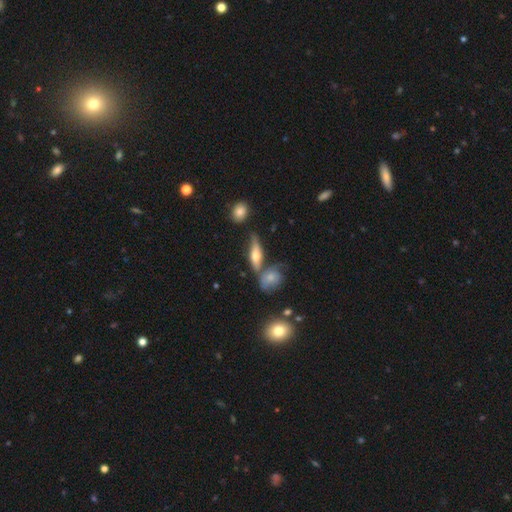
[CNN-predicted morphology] Overall: featured or disk (55%; smooth 36%). Edge-on disk: yes (83%). Merging: none (58%; merger 19%).